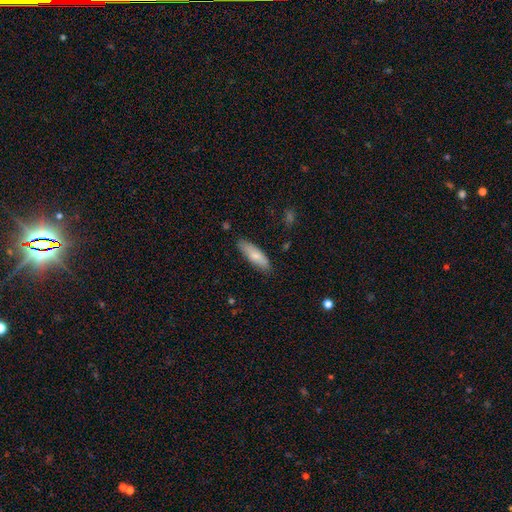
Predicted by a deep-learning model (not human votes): A smooth galaxy with no disk features (78%) that is in between round and cigar-shaped (51%). Merging: none (81%).